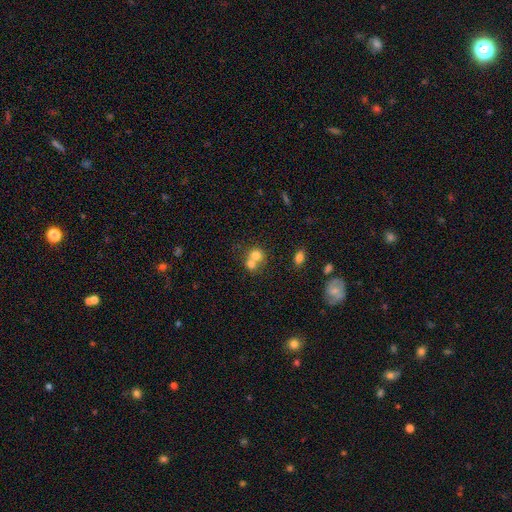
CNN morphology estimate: This is likely a smooth galaxy (72%). How rounded: likely round (77%). Merging: likely merger (64%).